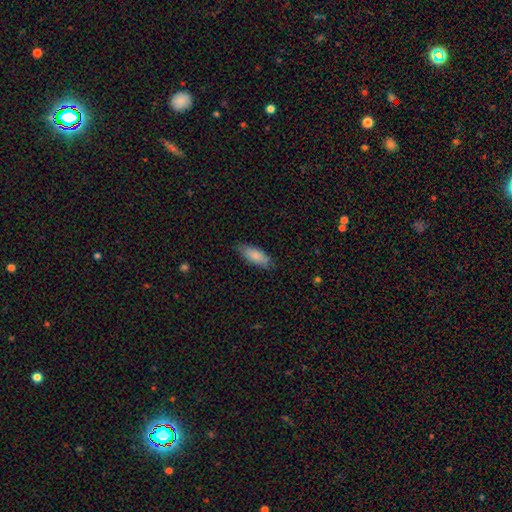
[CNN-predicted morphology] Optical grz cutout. It shows a smooth galaxy with no disk features (82%) that is in between round and cigar-shaped (72%). Merging: none (82%).